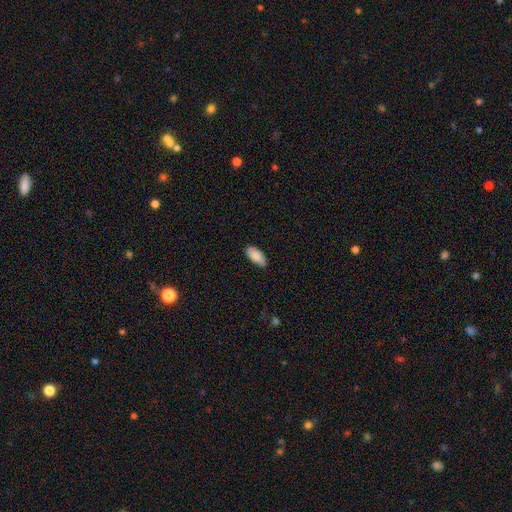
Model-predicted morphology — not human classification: Q: Smooth or featured?
A: smooth (87%); runner-up: featured or disk (7%)
Q: How rounded?
A: in between (90%); runner-up: cigar-shaped (8%)
Q: Merging?
A: none (81%); runner-up: minor disturbance (16%)